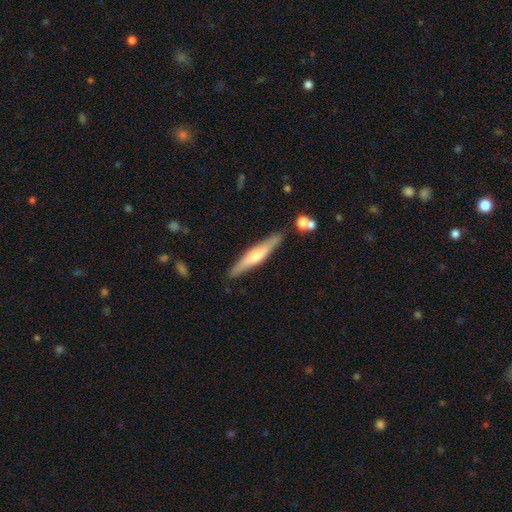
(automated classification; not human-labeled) This appears to be a featured or disk galaxy (54%) viewed edge-on (93%) with a rounded central bulge (82%). Merging: none (86%).